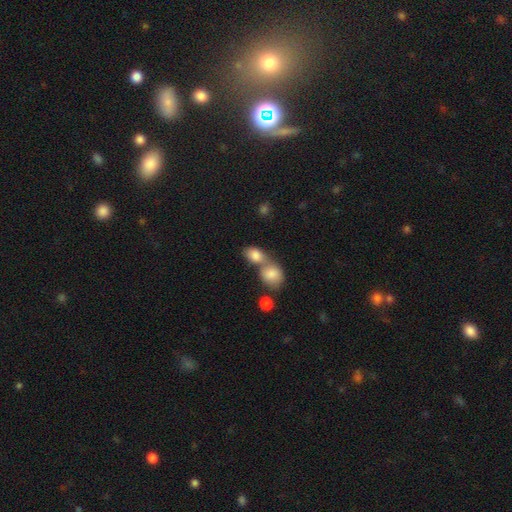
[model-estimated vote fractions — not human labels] Q: Smooth or featured?
A: smooth (84%); runner-up: featured or disk (9%)
Q: How rounded?
A: in between (69%); runner-up: round (29%)
Q: Merging?
A: merger (66%); runner-up: none (24%)